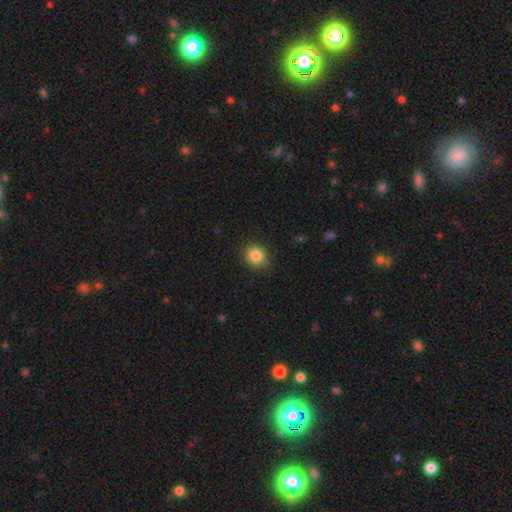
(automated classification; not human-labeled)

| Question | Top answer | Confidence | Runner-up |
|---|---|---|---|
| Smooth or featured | smooth | 85% | star or artifact (10%) |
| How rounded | round | 85% | in between (14%) |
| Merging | none | 85% | minor disturbance (11%) |